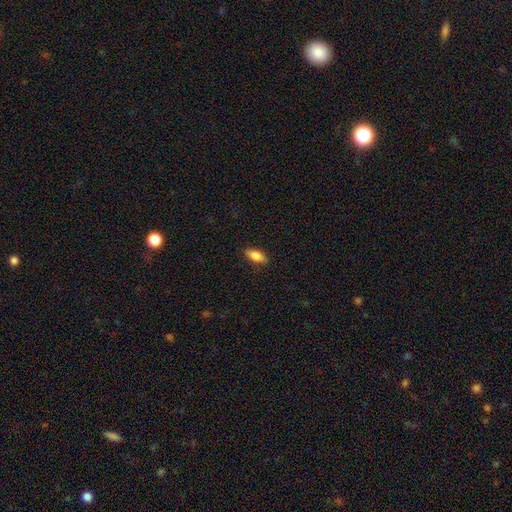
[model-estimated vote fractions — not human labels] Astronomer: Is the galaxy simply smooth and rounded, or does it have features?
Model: smooth — 84%.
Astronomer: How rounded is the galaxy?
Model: in between — 86%.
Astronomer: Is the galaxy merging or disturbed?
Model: none — 87%.